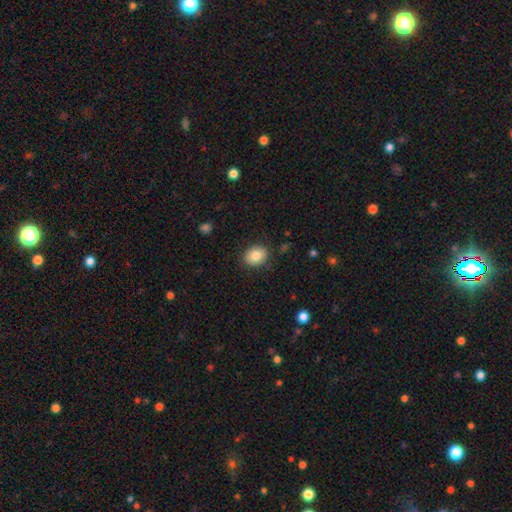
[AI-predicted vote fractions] smooth 82%, featured or disk 10%, star or artifact 9%. Down the decision tree: how rounded — round (60%); merging — none (86%).